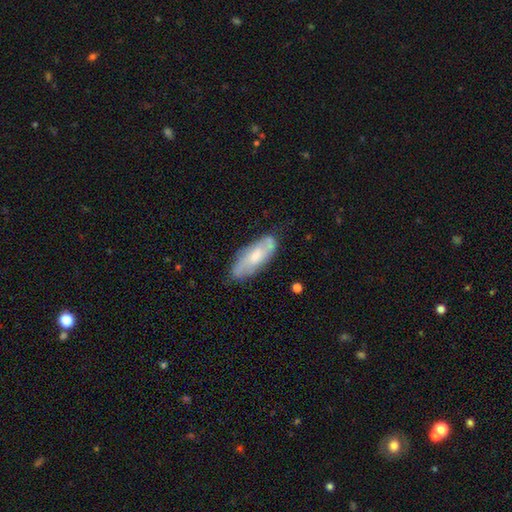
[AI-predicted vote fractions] smooth_or_featured: featured or disk (p=0.53) [alt: smooth p=0.40]
disk_edge_on: no (p=0.83) [alt: yes p=0.17]
merging: none (p=0.72) [alt: minor disturbance p=0.21]